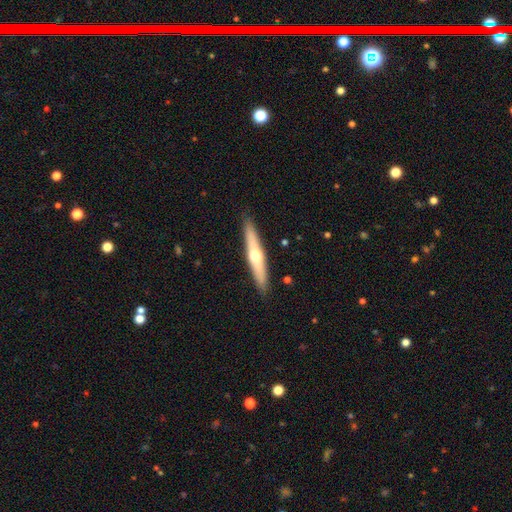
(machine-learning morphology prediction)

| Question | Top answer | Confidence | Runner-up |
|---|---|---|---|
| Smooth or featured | featured or disk | 56% | smooth (39%) |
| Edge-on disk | yes | 93% | no (7%) |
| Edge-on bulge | rounded | 90% | none (8%) |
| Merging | none | 90% | minor disturbance (7%) |